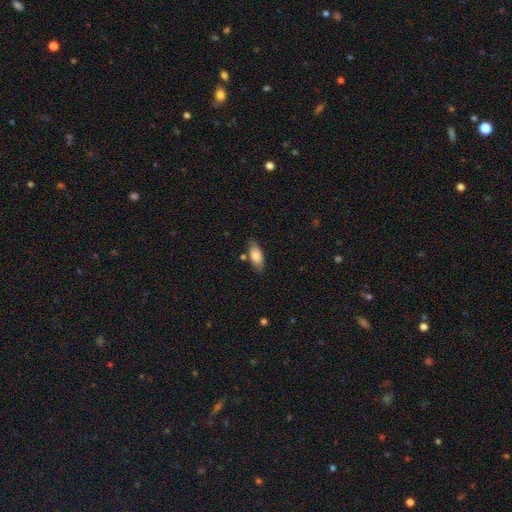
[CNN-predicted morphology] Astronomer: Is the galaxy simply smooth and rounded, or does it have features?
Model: smooth — 81%.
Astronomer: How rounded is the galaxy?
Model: in between — 85%.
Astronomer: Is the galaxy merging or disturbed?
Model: none — 77%.